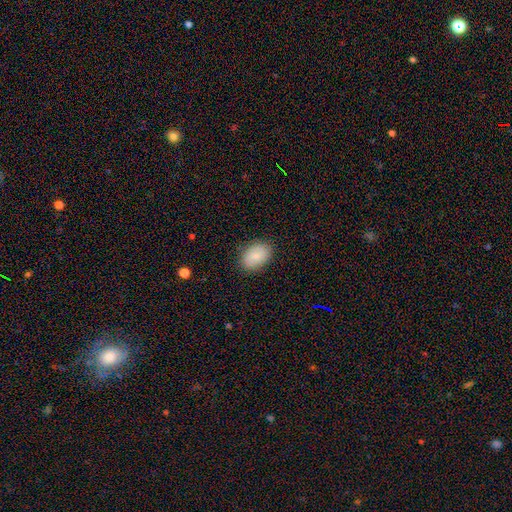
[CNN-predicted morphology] Overall: smooth (81%). How rounded: in between (83%). Merging: none (85%).